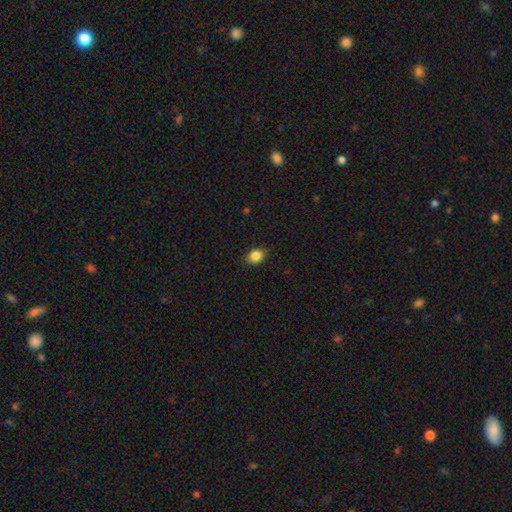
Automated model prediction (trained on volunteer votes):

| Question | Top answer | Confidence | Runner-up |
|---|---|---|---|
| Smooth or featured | smooth | 86% | star or artifact (10%) |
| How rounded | in between | 53% | round (46%) |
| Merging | none | 86% | minor disturbance (11%) |